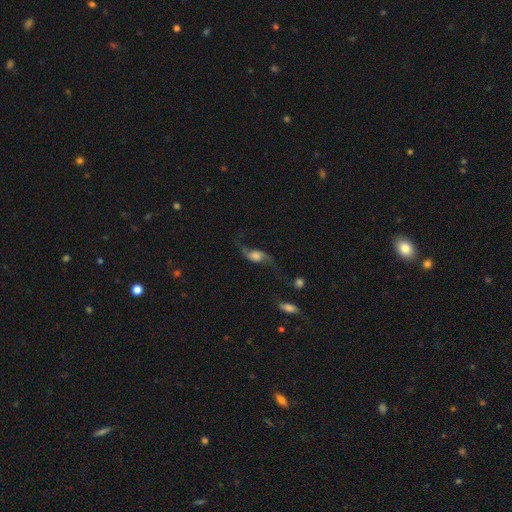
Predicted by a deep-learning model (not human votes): smooth_or_featured: featured or disk (p=0.74) [alt: smooth p=0.17]
disk_edge_on: no (p=0.87) [alt: yes p=0.13]
bar: no (p=0.61) [alt: weak p=0.30]
has_spiral_arms: yes (p=0.93) [alt: no p=0.07]
spiral_winding: loose (p=0.92) [alt: medium p=0.06]
spiral_arm_count: 2 (p=0.92) [alt: 1 p=0.03]
bulge_size: large (p=0.33) [alt: moderate p=0.27]
merging: none (p=0.60) [alt: major disturbance p=0.18]